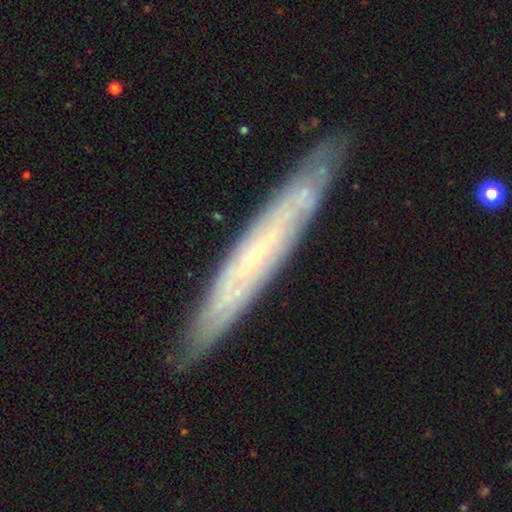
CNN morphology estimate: Overall: featured or disk (77%). Edge-on disk: yes (56%; no 44%). Merging: none (85%).